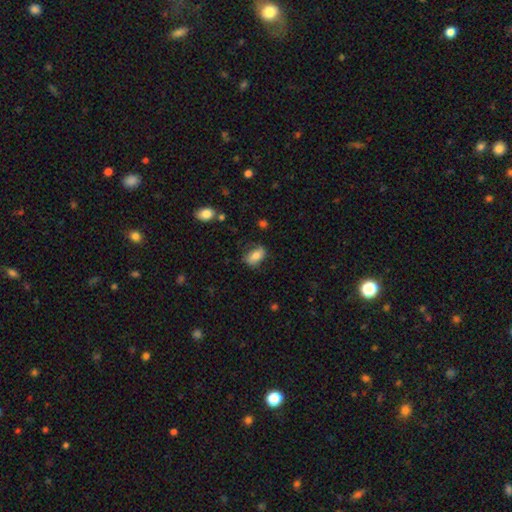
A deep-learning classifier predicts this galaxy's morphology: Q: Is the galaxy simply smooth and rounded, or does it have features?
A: smooth — 76%.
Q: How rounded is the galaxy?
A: in between — 87%.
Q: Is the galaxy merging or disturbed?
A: none — 68%.